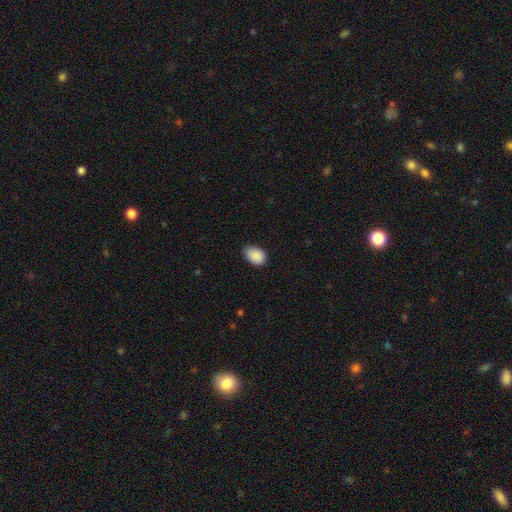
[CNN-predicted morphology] A smooth galaxy with no disk features (90%) that is in between round and cigar-shaped (84%).

Vote fractions:
- Smooth or featured? smooth: 90% / star or artifact: 7% / featured or disk: 3%
- How rounded? in between: 84% / round: 15% / cigar-shaped: 1%
- Merging? none: 74% / minor disturbance: 22% / major disturbance: 3% / merger: 1%